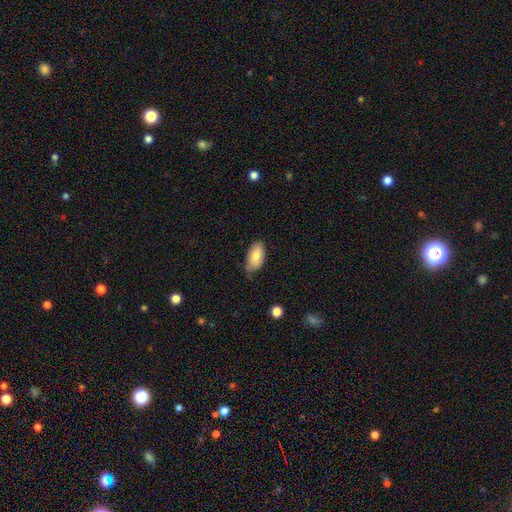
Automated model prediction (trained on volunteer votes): The model was most divided on "merging": none: 56%, minor disturbance: 36%, major disturbance: 7%, merger: 2%. More confident: how rounded — in between (93%); smooth or featured — smooth (79%).